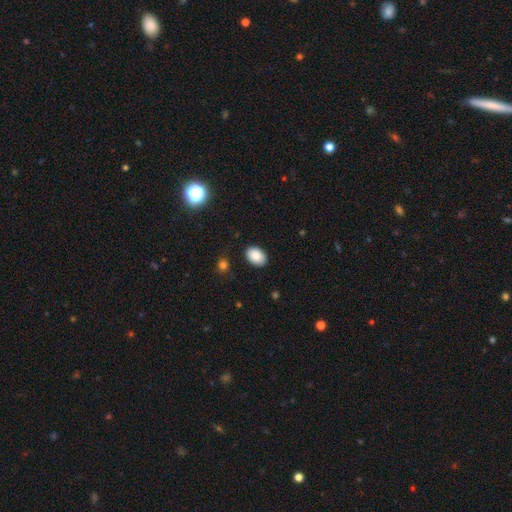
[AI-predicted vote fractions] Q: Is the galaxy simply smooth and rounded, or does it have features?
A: smooth — 86%.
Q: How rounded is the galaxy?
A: in between — 85%.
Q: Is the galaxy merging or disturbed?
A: none — 88%.